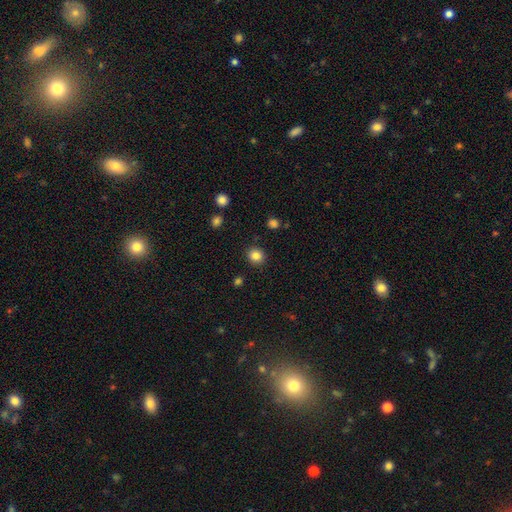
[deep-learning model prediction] Overall: smooth (84%). How rounded: round (86%). Merging: none (90%).